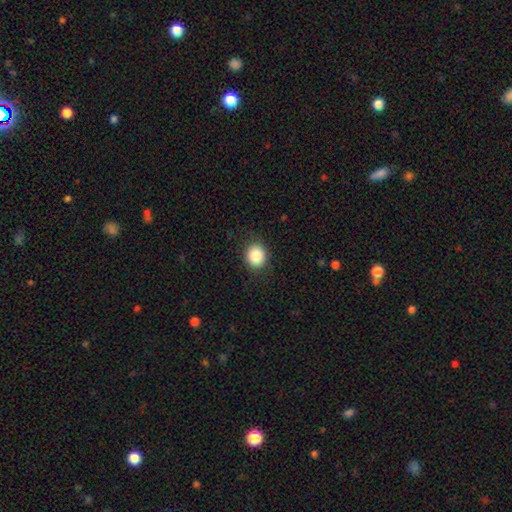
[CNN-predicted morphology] Smooth or featured? smooth (86%)
How rounded? round (71%)
Merging? none (88%)